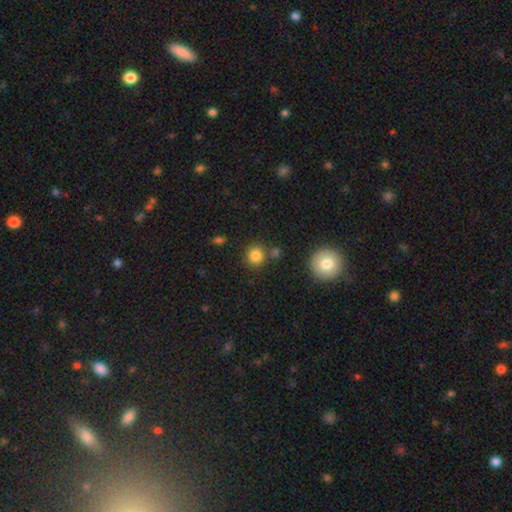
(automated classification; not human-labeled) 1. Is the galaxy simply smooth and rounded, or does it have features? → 83% smooth, 12% star or artifact, 6% featured or disk.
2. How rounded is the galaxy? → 88% round, 11% in between, 1% cigar-shaped.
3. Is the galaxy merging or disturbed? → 76% none, 11% merger, 10% minor disturbance, 3% major disturbance.